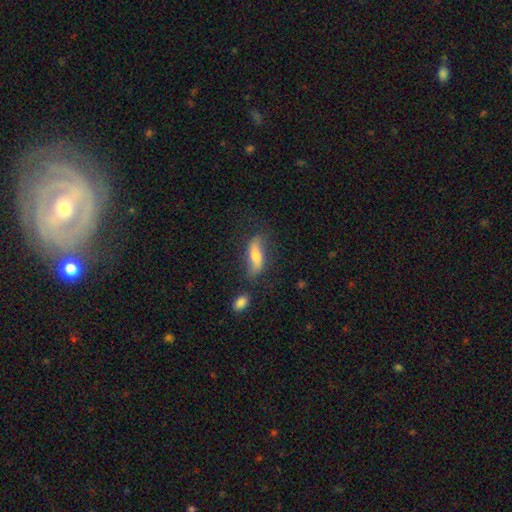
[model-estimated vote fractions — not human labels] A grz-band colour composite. It shows a smooth galaxy with no disk features (49%). Merging: none (66%).